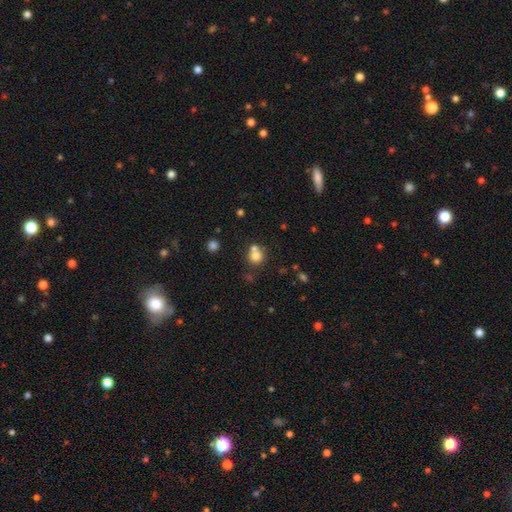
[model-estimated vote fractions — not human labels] This appears to be a smooth galaxy with no disk features (75%) that is round (85%). Merging: none (49%).